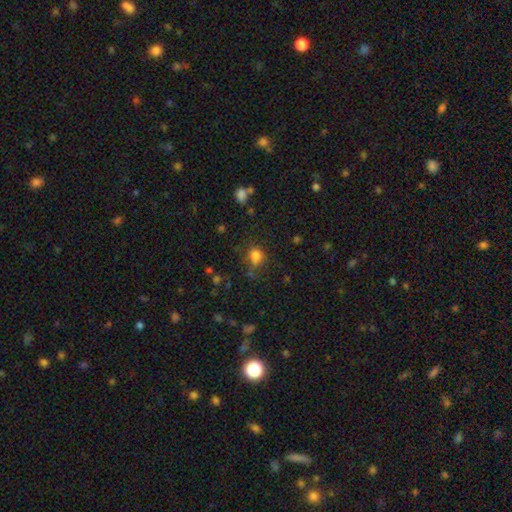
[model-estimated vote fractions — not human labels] Smooth or featured: smooth — 78% (star or artifact — 15%)
How rounded: round — 72% (in between — 27%)
Merging: none — 61% (minor disturbance — 20%)